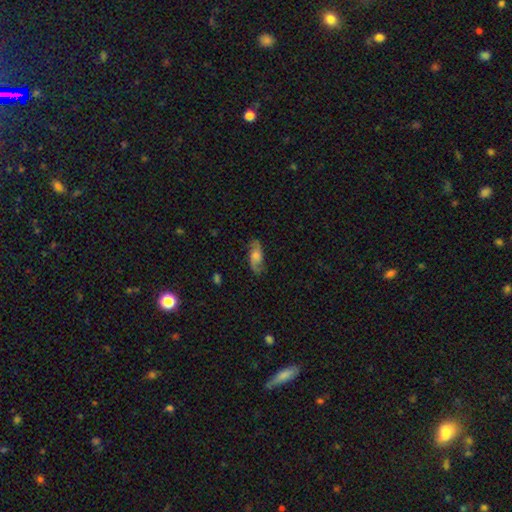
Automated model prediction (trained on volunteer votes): Overall: featured or disk (65%; smooth 27%). Edge-on disk: no (91%). Bar: no (62%; weak 32%). Spiral arms: yes (92%). Spiral arm count: 2 (89%). Spiral winding: loose (48%; medium 39%). Bulge size: moderate (41%; small 27%). Merging: none (78%).